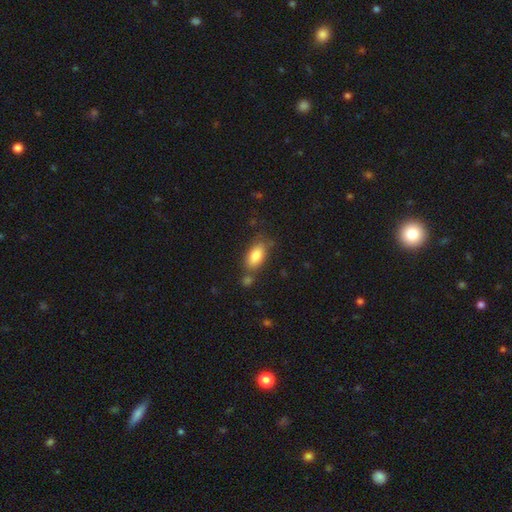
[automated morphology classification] Q: Smooth or featured?
A: smooth (83%); runner-up: featured or disk (10%)
Q: How rounded?
A: in between (89%); runner-up: cigar-shaped (6%)
Q: Merging?
A: none (67%); runner-up: minor disturbance (16%)